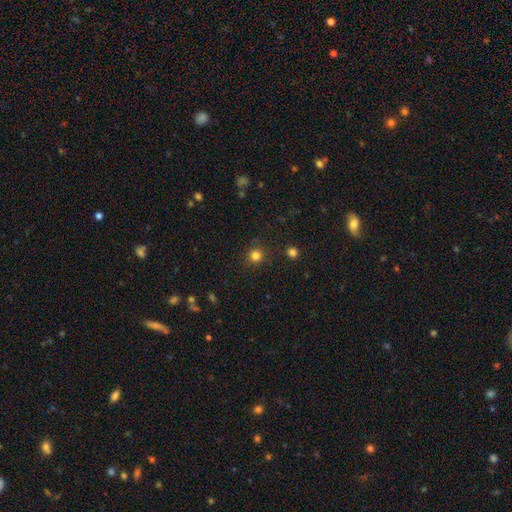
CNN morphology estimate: This is clearly a smooth galaxy (81%). How rounded: clearly round (93%). Merging: clearly none (89%).